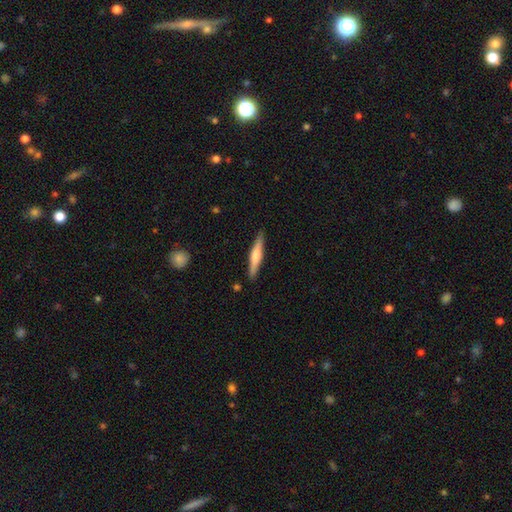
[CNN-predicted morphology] Smooth or featured: smooth — 48% (featured or disk — 47%)
Merging: none — 89% (minor disturbance — 8%)